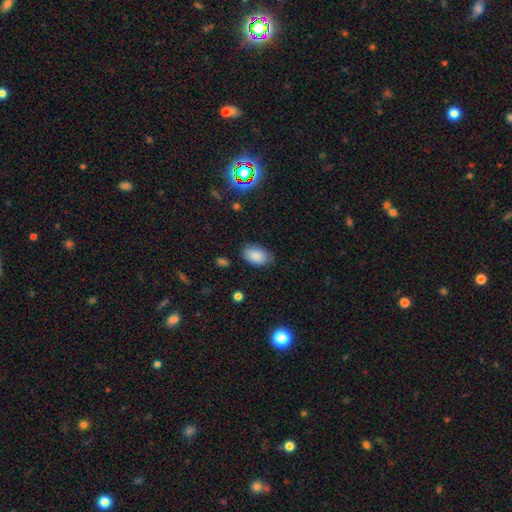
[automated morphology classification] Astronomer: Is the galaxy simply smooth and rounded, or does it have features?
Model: smooth — 87%.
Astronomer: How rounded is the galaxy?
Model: in between — 91%.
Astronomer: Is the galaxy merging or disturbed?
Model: none — 79%.